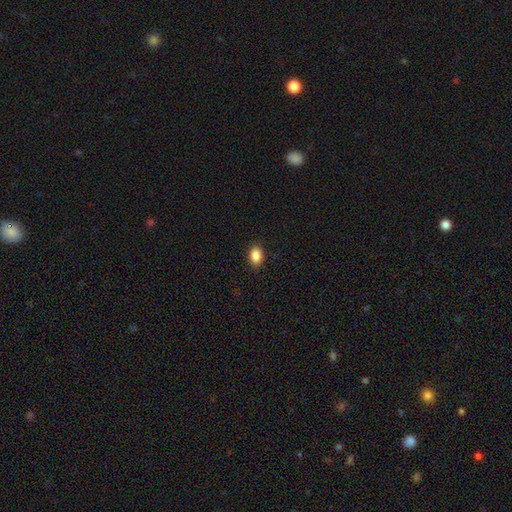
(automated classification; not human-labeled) This is clearly a smooth galaxy (88%). How rounded: likely in between (77%). Merging: clearly none (90%).